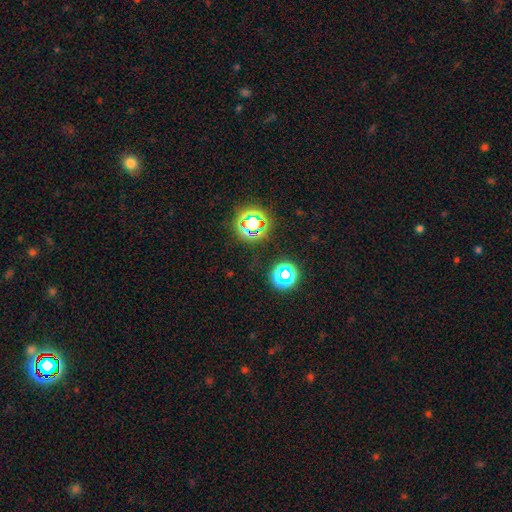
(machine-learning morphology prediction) The model was most divided on "smooth or featured": star or artifact: 67%, smooth: 26%, featured or disk: 7%.